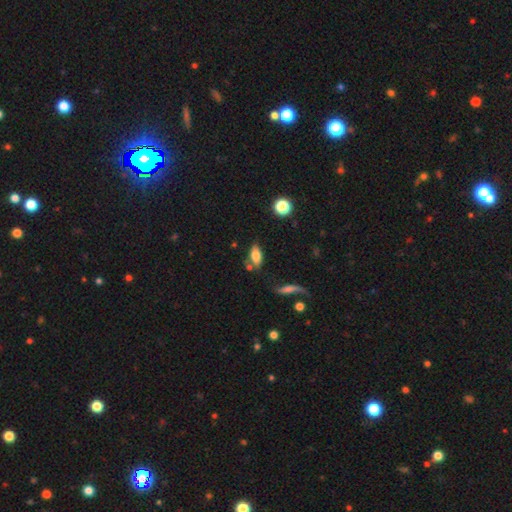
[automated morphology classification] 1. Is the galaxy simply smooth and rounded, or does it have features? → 70% smooth, 21% featured or disk, 9% star or artifact.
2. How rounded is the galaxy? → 83% in between, 13% cigar-shaped, 4% round.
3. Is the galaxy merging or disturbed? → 62% none, 18% minor disturbance, 13% merger, 6% major disturbance.